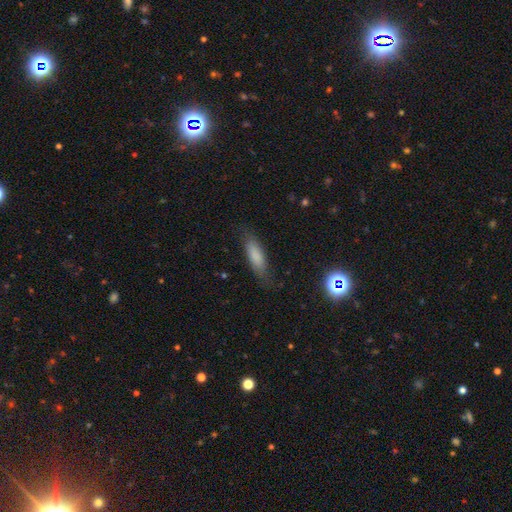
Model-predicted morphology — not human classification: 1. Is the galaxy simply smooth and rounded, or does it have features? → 79% smooth, 13% featured or disk, 8% star or artifact.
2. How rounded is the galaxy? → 51% in between, 47% cigar-shaped, 2% round.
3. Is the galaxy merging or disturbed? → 76% none, 17% minor disturbance, 5% major disturbance, 1% merger.